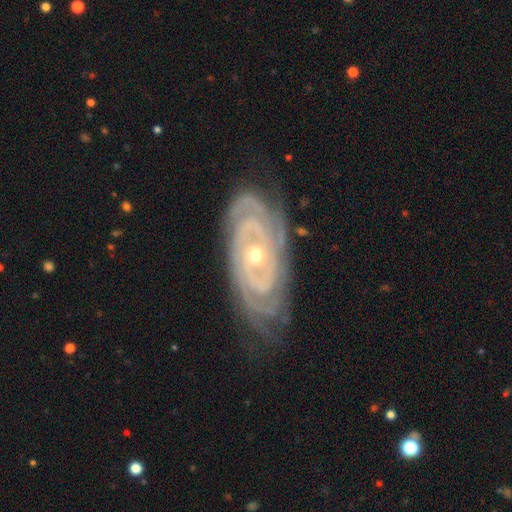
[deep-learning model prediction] The model was most divided on "spiral arm count": 2: 36%, 3: 24%, can't tell: 19%, 4: 10%, more than 4: 6%, 1: 5%. More confident: spiral arms — yes (97%); edge-on disk — no (95%); smooth or featured — featured or disk (90%); spiral winding — tight (78%); merging — none (72%); bar — no (69%); bulge size — small (62%).